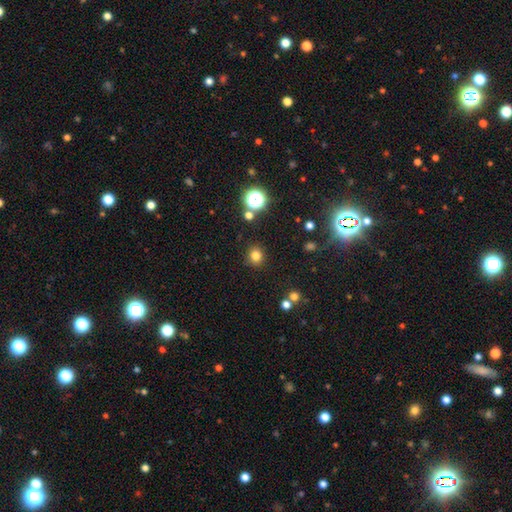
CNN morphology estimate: A smooth galaxy with no disk features (80%) that is round (85%). Merging: none (88%).